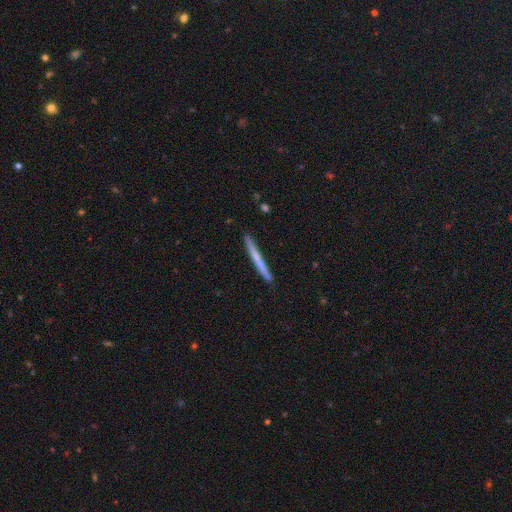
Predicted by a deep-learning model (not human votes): A featured or disk galaxy (48%). Merging: none (90%).